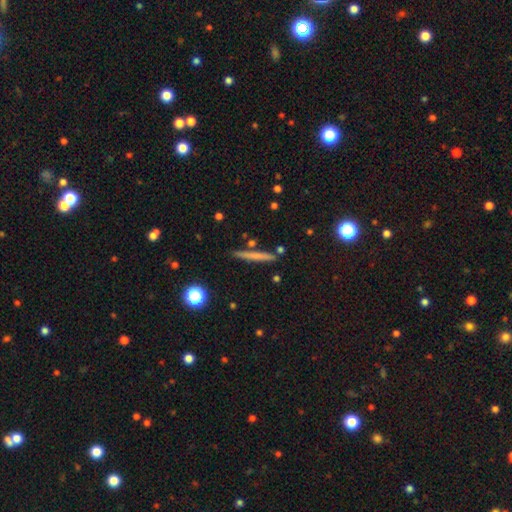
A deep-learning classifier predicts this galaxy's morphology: smooth_or_featured: smooth (p=0.59) [alt: featured or disk p=0.34]
how_rounded: cigar-shaped (p=0.95) [alt: in between p=0.03]
merging: none (p=0.86) [alt: minor disturbance p=0.09]